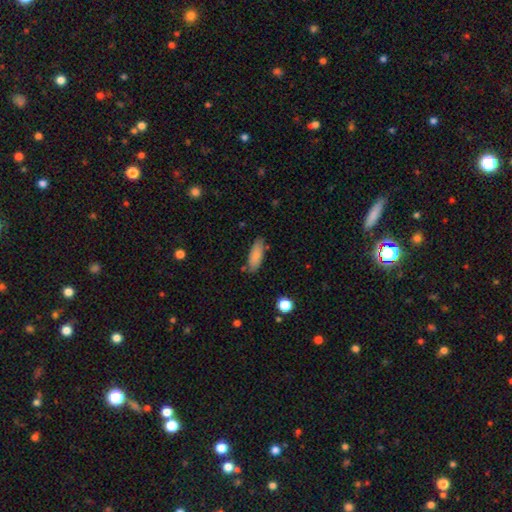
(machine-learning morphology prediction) This is clearly a smooth galaxy (84%). How rounded: likely in between (70%). Merging: likely none (76%).